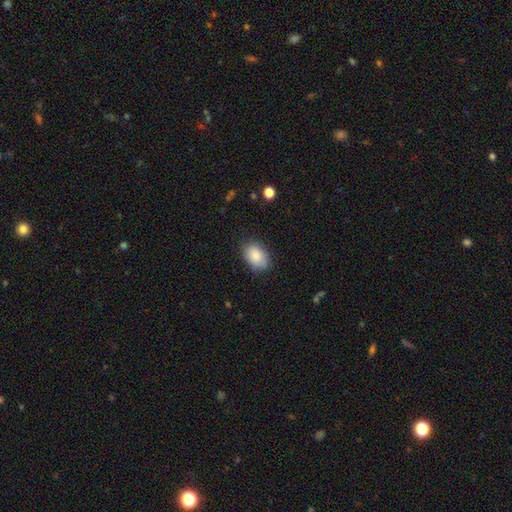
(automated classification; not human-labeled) The model was most divided on "merging": none: 79%, minor disturbance: 16%, major disturbance: 3%, merger: 1%. More confident: how rounded — in between (87%); smooth or featured — smooth (86%).